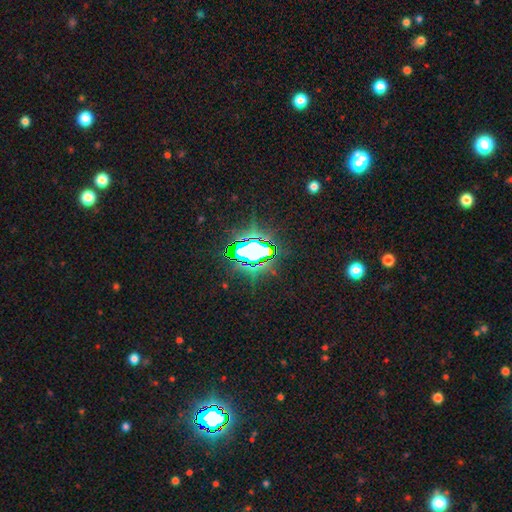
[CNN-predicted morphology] The model was most divided on "smooth or featured": star or artifact: 73%, smooth: 15%, featured or disk: 11%.